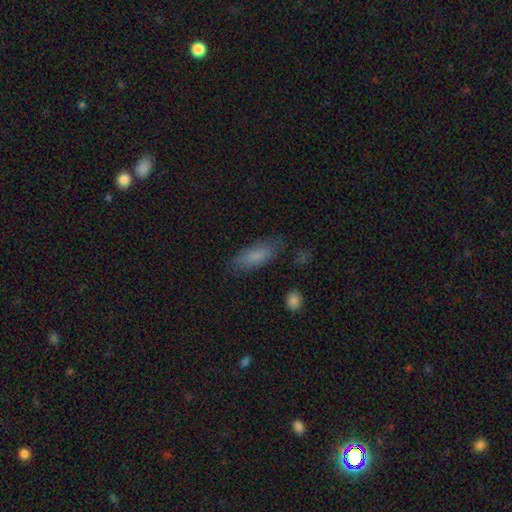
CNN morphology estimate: smooth-or-featured: smooth: 80% | featured or disk: 12% | star or artifact: 8%
  how-rounded: in between: 65% | cigar-shaped: 33% | round: 2%
  merging: none: 79% | minor disturbance: 15% | major disturbance: 4% | merger: 2%